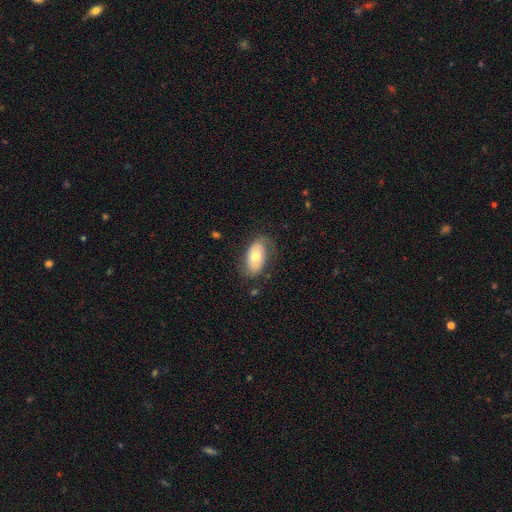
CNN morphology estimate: type=smooth (64%); roundness=in between (93%); merging=none (72%).